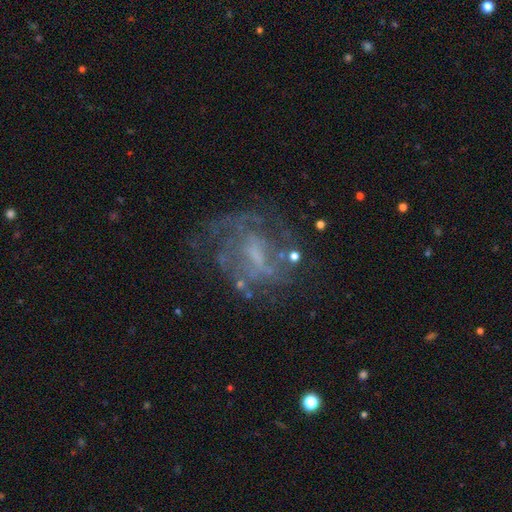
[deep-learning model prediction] smooth-or-featured: featured or disk: 74% | star or artifact: 13% | smooth: 13%
  disk-edge-on: no: 97% | yes: 3%
    bar: weak: 46% | no: 40% | strong: 14%
    has-spiral-arms: yes: 67% | no: 33%
    bulge-size: small: 39% | none: 34% | moderate: 24% | large: 3% | dominant: 1%
  merging: none: 56% | major disturbance: 22% | minor disturbance: 18% | merger: 4%